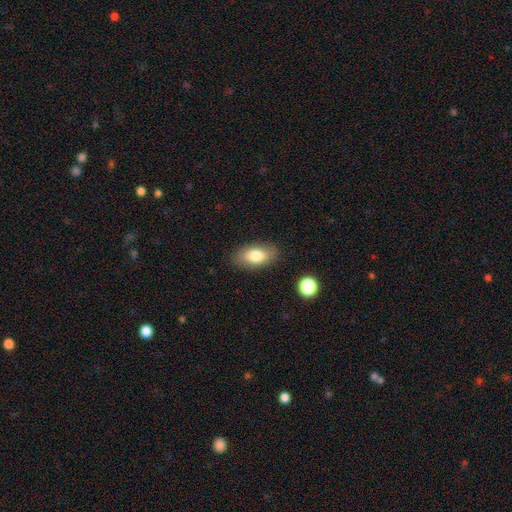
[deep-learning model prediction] A smooth galaxy with no disk features (78%) that is in between round and cigar-shaped (91%).

Vote fractions:
- Smooth or featured? smooth: 78% / featured or disk: 14% / star or artifact: 8%
- How rounded? in between: 91% / round: 5% / cigar-shaped: 4%
- Merging? none: 85% / minor disturbance: 11% / major disturbance: 3% / merger: 1%